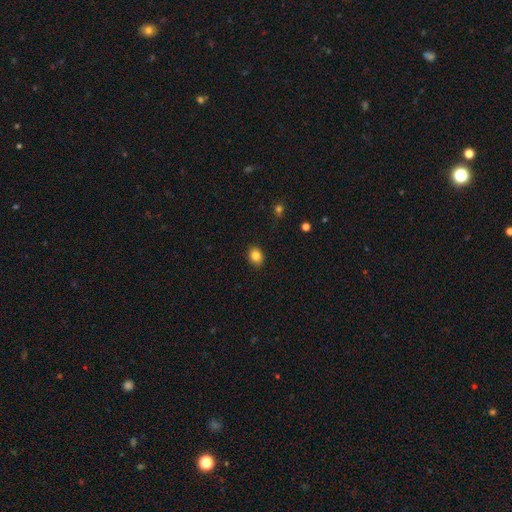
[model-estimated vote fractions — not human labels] Smooth or featured? smooth (83%)
How rounded? round (52%)
Merging? none (89%)